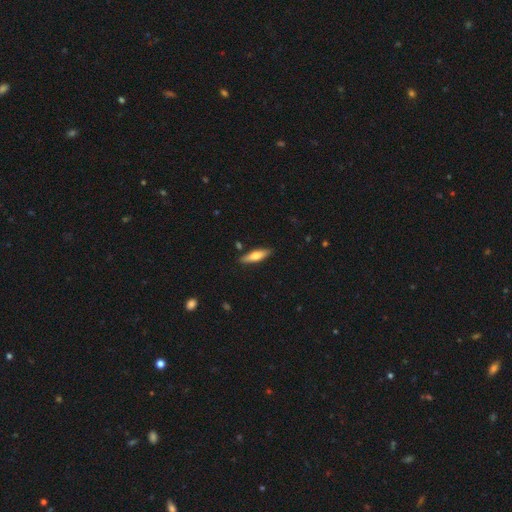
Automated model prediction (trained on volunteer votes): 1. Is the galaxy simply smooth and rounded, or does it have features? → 64% smooth, 30% featured or disk, 6% star or artifact.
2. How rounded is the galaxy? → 63% cigar-shaped, 35% in between, 2% round.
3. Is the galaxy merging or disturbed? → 86% none, 10% minor disturbance, 2% merger, 2% major disturbance.